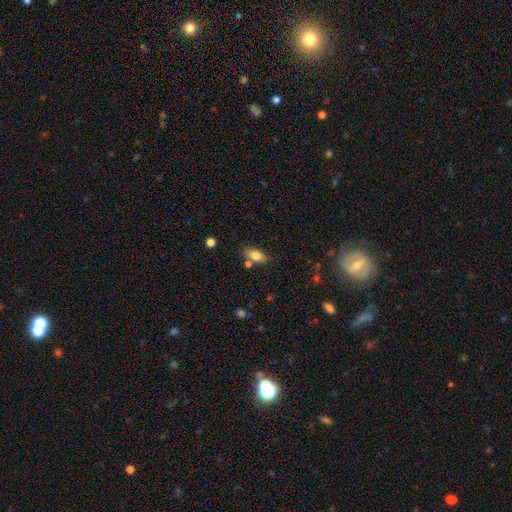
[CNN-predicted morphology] The model was most divided on "merging": none: 70%, minor disturbance: 15%, merger: 12%, major disturbance: 4%. More confident: how rounded — in between (85%); smooth or featured — smooth (77%).